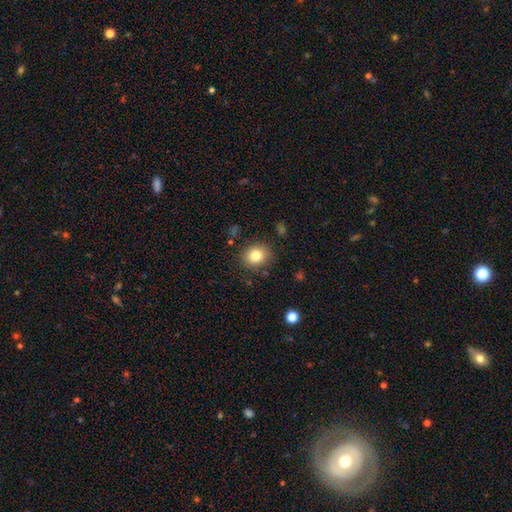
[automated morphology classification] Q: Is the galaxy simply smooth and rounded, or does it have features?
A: smooth — 81%.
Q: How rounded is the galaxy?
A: round — 73%.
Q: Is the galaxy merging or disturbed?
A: none — 86%.